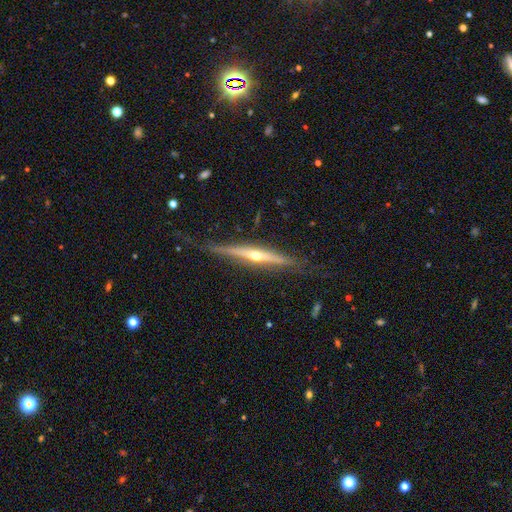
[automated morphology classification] type=featured or disk (75%); edge-on=yes (96%); edge-on bulge=rounded (85%); merging=none (83%).